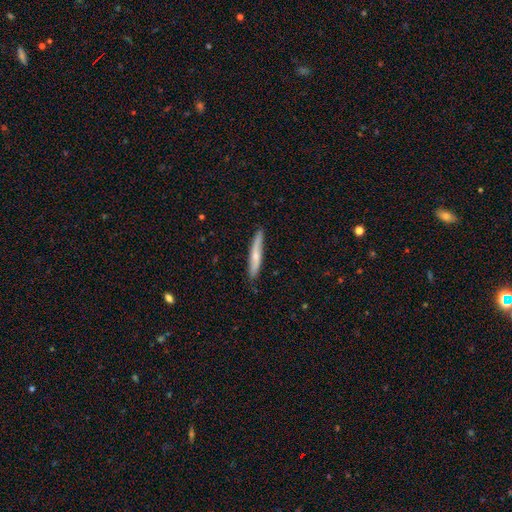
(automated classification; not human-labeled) The model was most divided on "smooth or featured": smooth: 58%, featured or disk: 37%, star or artifact: 5%. More confident: how rounded — cigar-shaped (93%); merging — none (85%).